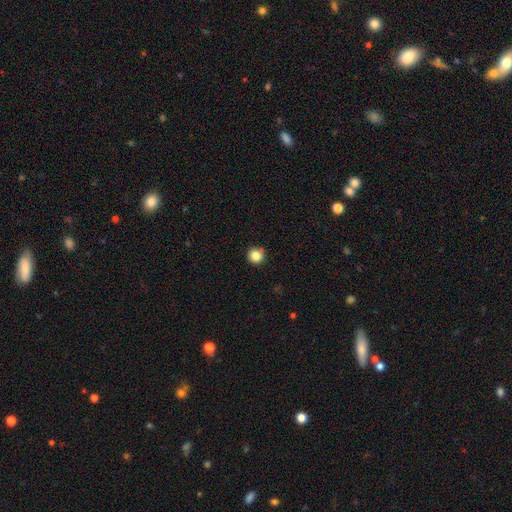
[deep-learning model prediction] Smooth or featured?
  - smooth: 85% *
  - star or artifact: 10%
  - featured or disk: 5%
How rounded?
  - round: 95% *
  - in between: 4%
  - cigar-shaped: 1%
Merging?
  - none: 90% *
  - minor disturbance: 7%
  - major disturbance: 2%
  - merger: 1%